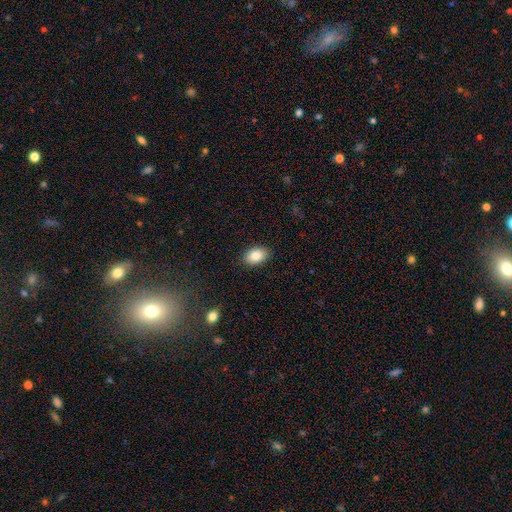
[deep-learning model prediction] The model was most divided on "how rounded": in between: 85%, round: 14%, cigar-shaped: 1%. More confident: merging — none (89%); smooth or featured — smooth (85%).